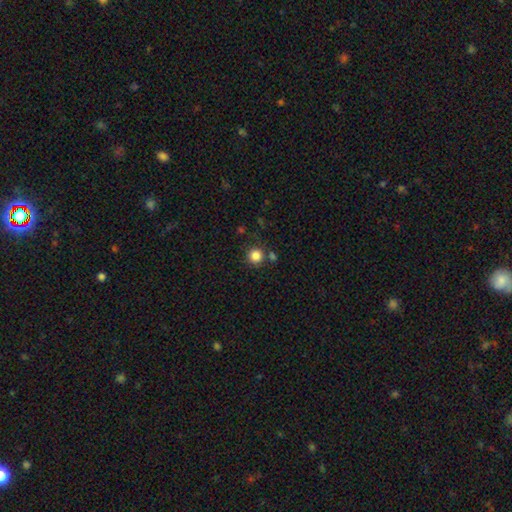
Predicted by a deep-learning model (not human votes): smooth_or_featured: smooth (p=0.85) [alt: star or artifact p=0.11]
how_rounded: round (p=0.94) [alt: in between p=0.05]
merging: none (p=0.81) [alt: minor disturbance p=0.08]